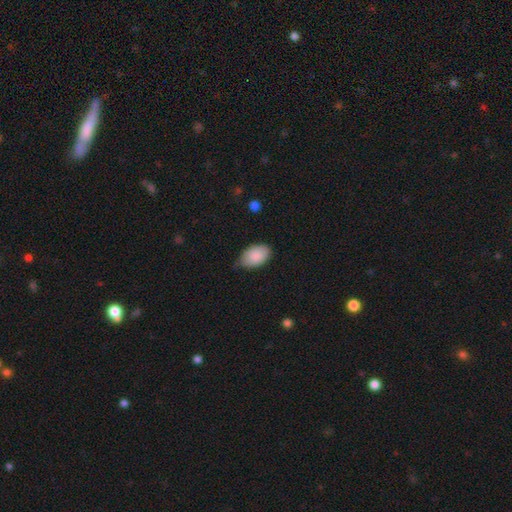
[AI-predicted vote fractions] Smooth or featured: smooth — 88% (star or artifact — 6%)
How rounded: in between — 93% (round — 6%)
Merging: none — 63% (minor disturbance — 31%)